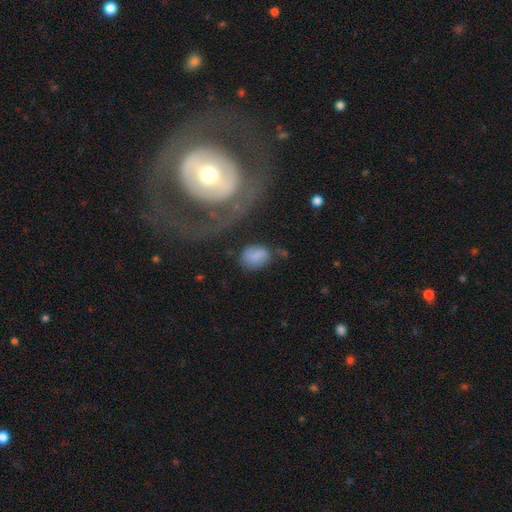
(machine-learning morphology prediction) A smooth galaxy with no disk features (73%) that is in between round and cigar-shaped (67%). Merging: none (64%).